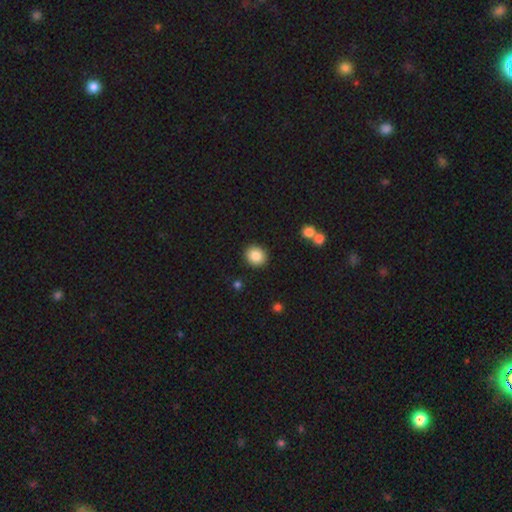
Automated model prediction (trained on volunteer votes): The model was most divided on "how rounded": round: 80%, in between: 20%, cigar-shaped: 1%. More confident: merging — none (90%); smooth or featured — smooth (86%).